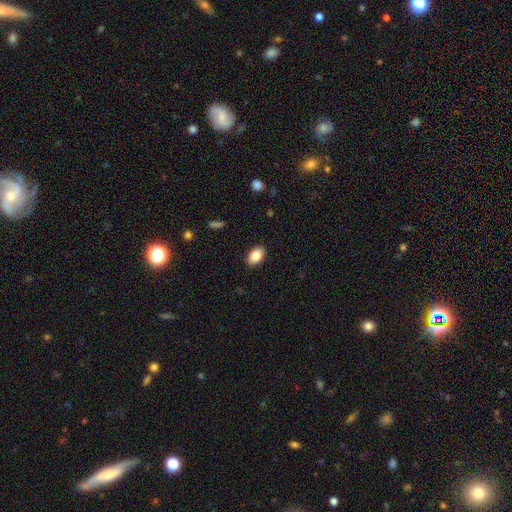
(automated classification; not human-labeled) Q: Smooth or featured?
A: smooth (85%); runner-up: star or artifact (7%)
Q: How rounded?
A: in between (91%); runner-up: round (7%)
Q: Merging?
A: none (89%); runner-up: minor disturbance (8%)